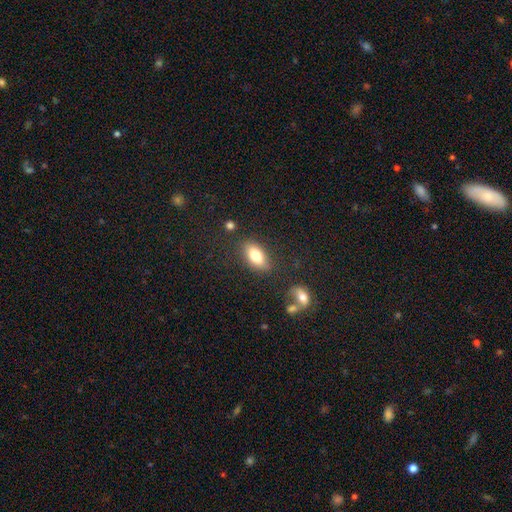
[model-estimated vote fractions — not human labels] smooth 78%, featured or disk 14%, star or artifact 8%. Down the decision tree: how rounded — in between (87%); merging — none (80%).